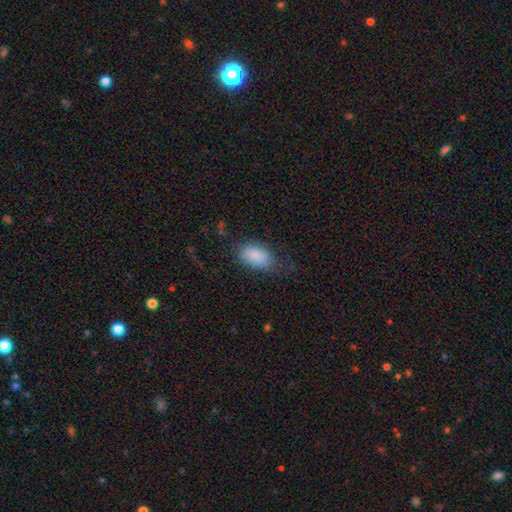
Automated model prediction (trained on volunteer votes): Morphology: type=smooth (85%); roundness=in between (91%); merging=none (56%).